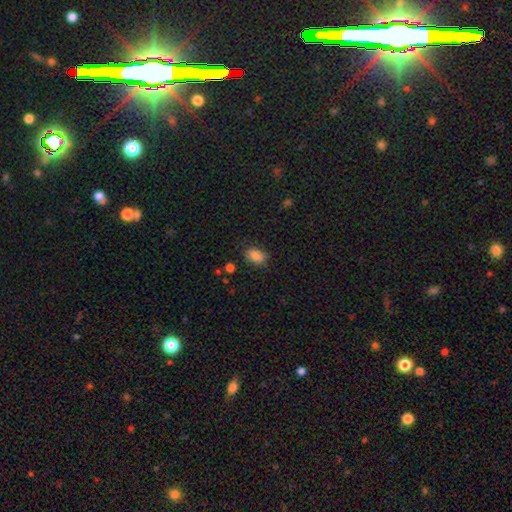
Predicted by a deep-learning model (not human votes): A smooth galaxy with no disk features (87%) that is in between round and cigar-shaped (88%).

Vote fractions:
- Smooth or featured? smooth: 87% / star or artifact: 9% / featured or disk: 5%
- How rounded? in between: 88% / round: 10% / cigar-shaped: 2%
- Merging? none: 80% / minor disturbance: 15% / major disturbance: 4% / merger: 2%